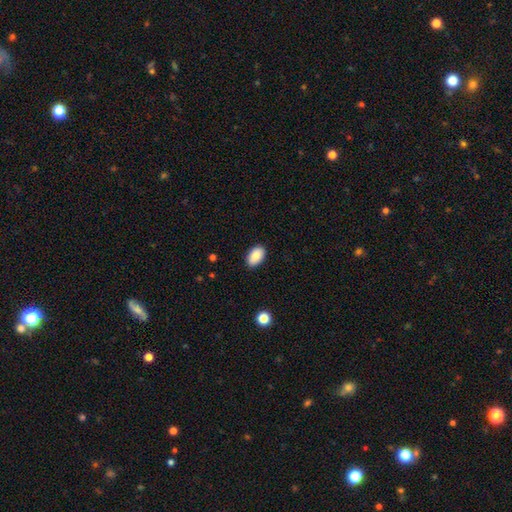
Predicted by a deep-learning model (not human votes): Smooth or featured: smooth — 88% (star or artifact — 7%)
How rounded: in between — 92% (round — 6%)
Merging: none — 88% (minor disturbance — 9%)